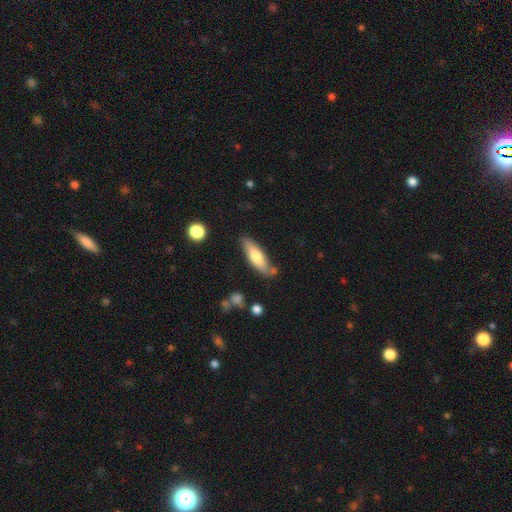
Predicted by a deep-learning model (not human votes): Overall: smooth (62%; featured or disk 32%). How rounded: cigar-shaped (53%; in between 45%). Merging: none (73%).